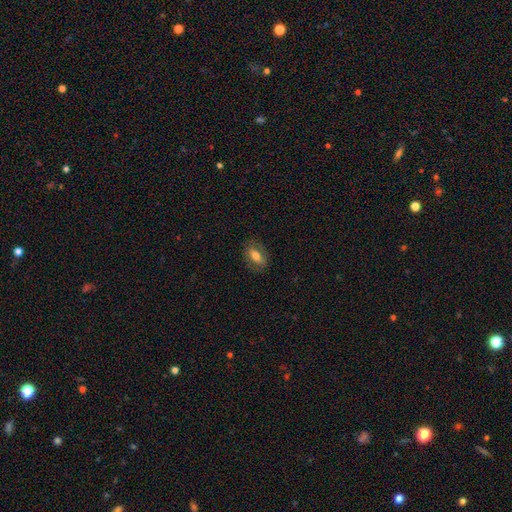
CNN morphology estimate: type=smooth (65%); roundness=in between (85%); merging=none (81%).